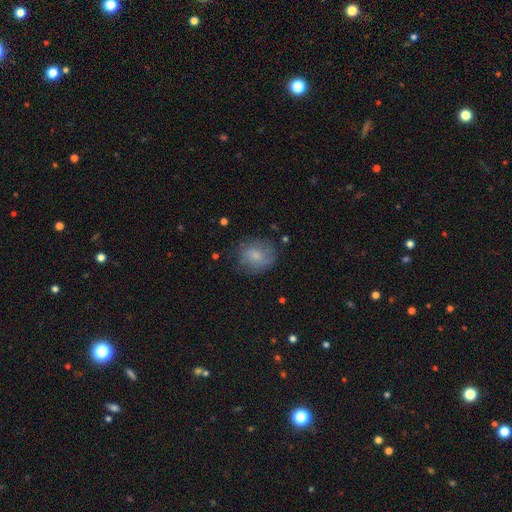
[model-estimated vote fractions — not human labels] Q: Smooth or featured?
A: smooth (65%); runner-up: featured or disk (26%)
Q: How rounded?
A: round (71%); runner-up: in between (28%)
Q: Merging?
A: none (71%); runner-up: minor disturbance (20%)